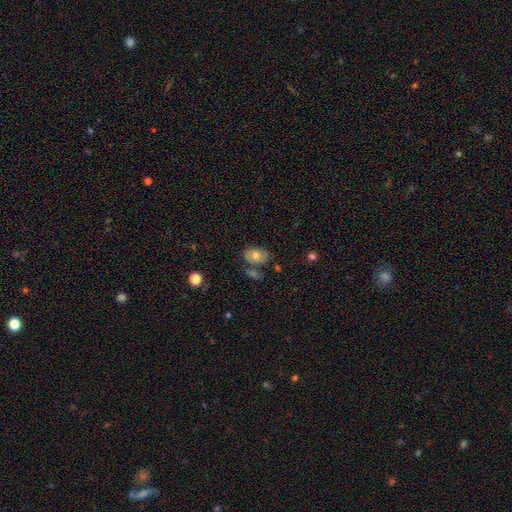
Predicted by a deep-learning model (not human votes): This appears to be a smooth galaxy with no disk features (65%) that is in between round and cigar-shaped (80%). Merging: none (64%).